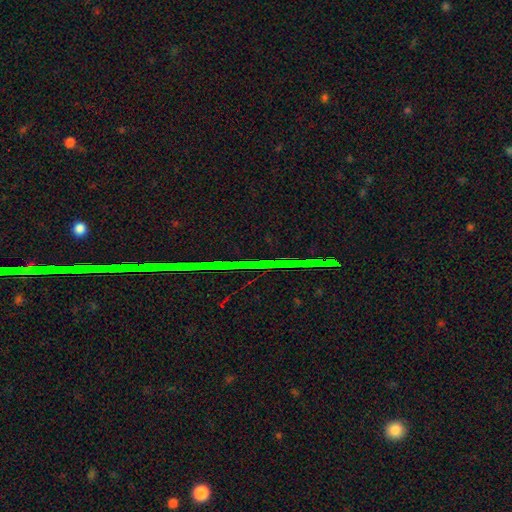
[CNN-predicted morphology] Smooth or featured?
  - star or artifact: 78% *
  - smooth: 11%
  - featured or disk: 10%